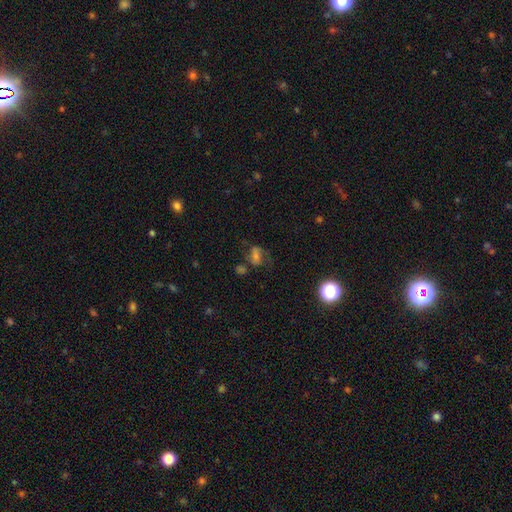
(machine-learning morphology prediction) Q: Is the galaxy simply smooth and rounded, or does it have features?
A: smooth — 44%.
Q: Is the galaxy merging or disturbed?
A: none — 51%.